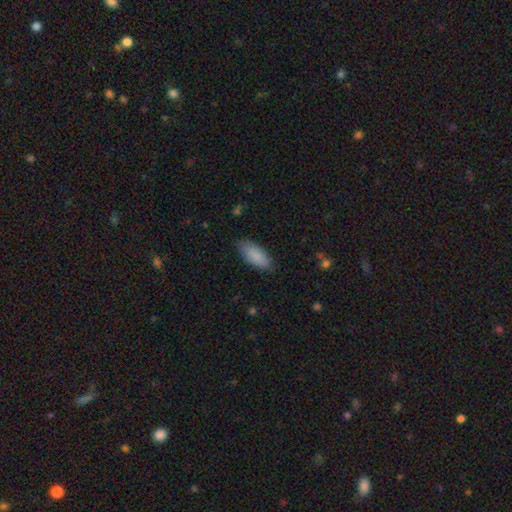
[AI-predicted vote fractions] A smooth galaxy with no disk features (88%) that is in between round and cigar-shaped (84%).

Vote fractions:
- Smooth or featured? smooth: 88% / star or artifact: 6% / featured or disk: 6%
- How rounded? in between: 84% / cigar-shaped: 14% / round: 2%
- Merging? none: 82% / minor disturbance: 15% / major disturbance: 3% / merger: 1%